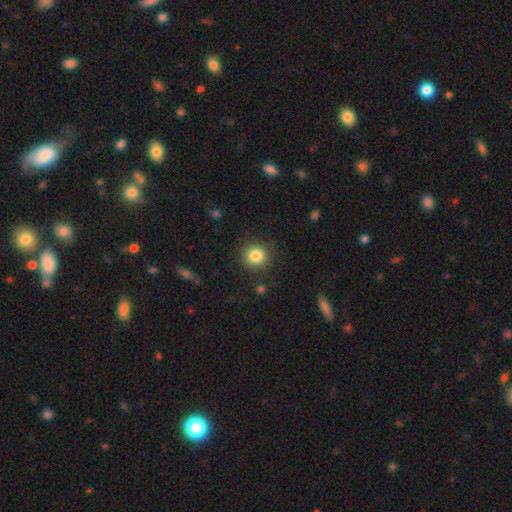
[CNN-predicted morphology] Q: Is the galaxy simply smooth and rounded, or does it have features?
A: smooth — 84%.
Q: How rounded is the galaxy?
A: round — 91%.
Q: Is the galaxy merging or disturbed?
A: none — 89%.